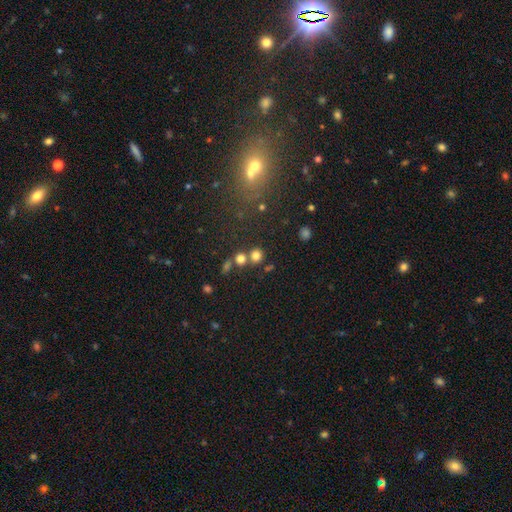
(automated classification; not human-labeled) smooth_or_featured: smooth (p=0.76) [alt: star or artifact p=0.16]
how_rounded: round (p=0.87) [alt: in between p=0.12]
merging: none (p=0.66) [alt: merger p=0.24]